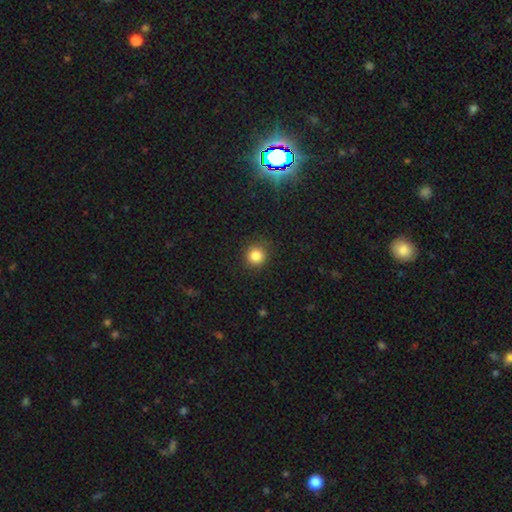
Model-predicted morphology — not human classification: Q: Smooth or featured?
A: smooth (83%); runner-up: star or artifact (12%)
Q: How rounded?
A: round (93%); runner-up: in between (6%)
Q: Merging?
A: none (89%); runner-up: minor disturbance (7%)